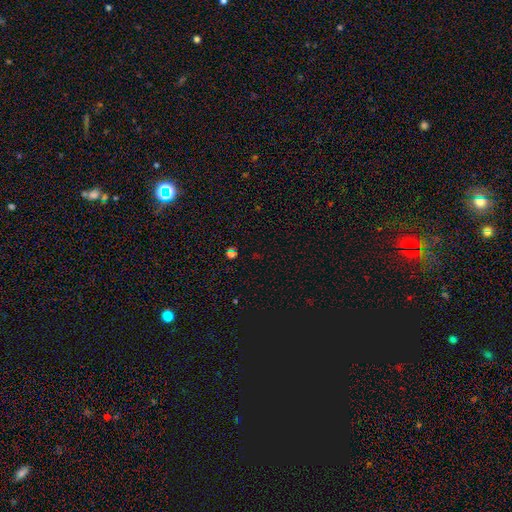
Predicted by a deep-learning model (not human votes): star or artifact 65%, smooth 28%, featured or disk 8%.